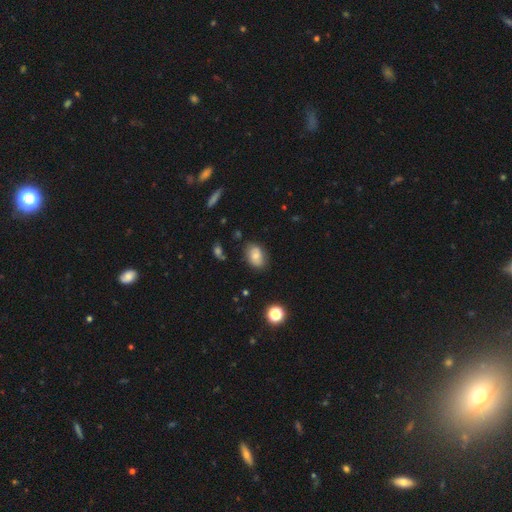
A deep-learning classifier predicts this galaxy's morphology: The model was most divided on "smooth or featured": smooth: 67%, featured or disk: 23%, star or artifact: 11%. More confident: how rounded — in between (80%); merging — none (75%).